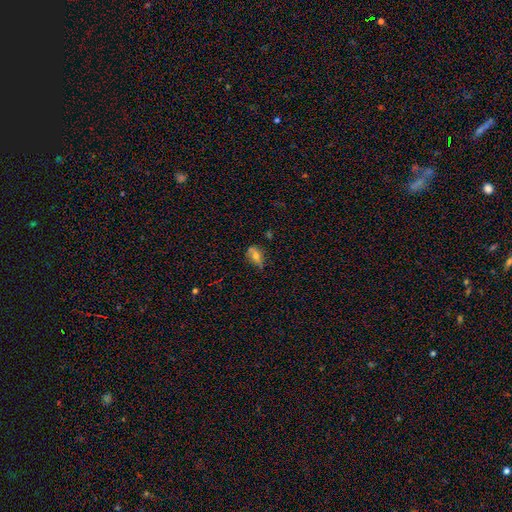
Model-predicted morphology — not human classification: Q: Smooth or featured?
A: smooth (59%); runner-up: featured or disk (28%)
Q: How rounded?
A: in between (79%); runner-up: round (14%)
Q: Merging?
A: none (62%); runner-up: minor disturbance (27%)